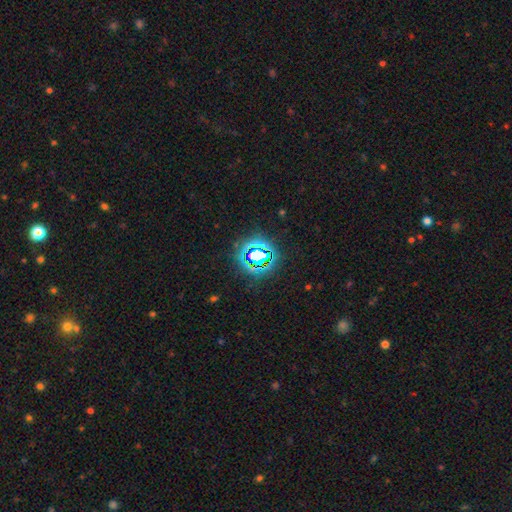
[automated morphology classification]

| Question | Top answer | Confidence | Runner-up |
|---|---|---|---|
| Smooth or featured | star or artifact | 78% | smooth (15%) |